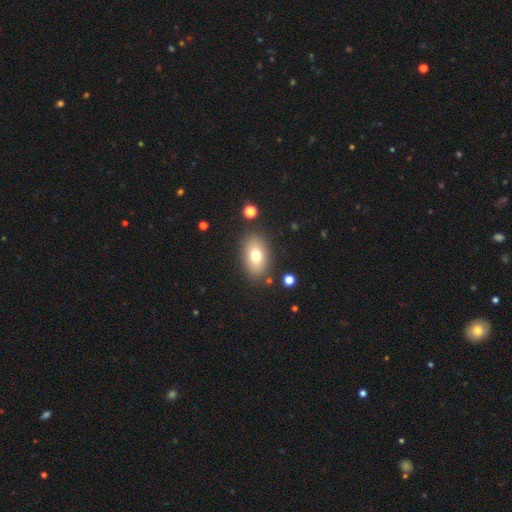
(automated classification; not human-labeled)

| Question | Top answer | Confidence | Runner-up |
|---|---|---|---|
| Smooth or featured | smooth | 74% | featured or disk (17%) |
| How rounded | in between | 86% | round (12%) |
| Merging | none | 84% | minor disturbance (10%) |